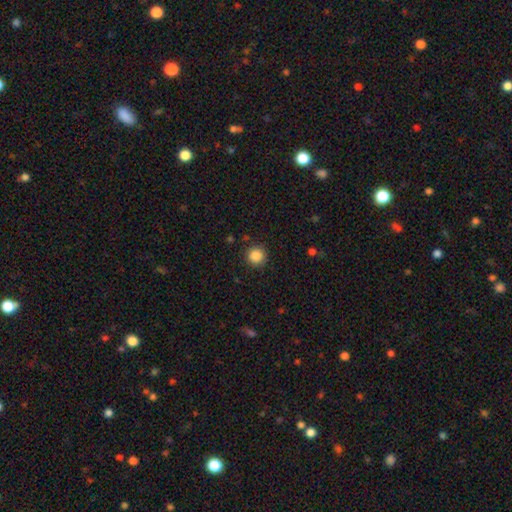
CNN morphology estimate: Smooth or featured? Predicted: smooth (p=0.86). How rounded? Predicted: round (p=0.95). Merging? Predicted: none (p=0.90).